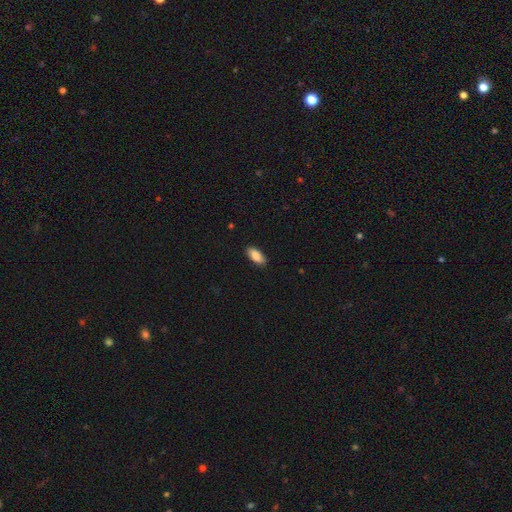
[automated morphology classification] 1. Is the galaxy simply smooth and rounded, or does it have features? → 86% smooth, 8% featured or disk, 6% star or artifact.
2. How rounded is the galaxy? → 90% in between, 8% cigar-shaped, 2% round.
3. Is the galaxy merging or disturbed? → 88% none, 9% minor disturbance, 2% major disturbance, 1% merger.